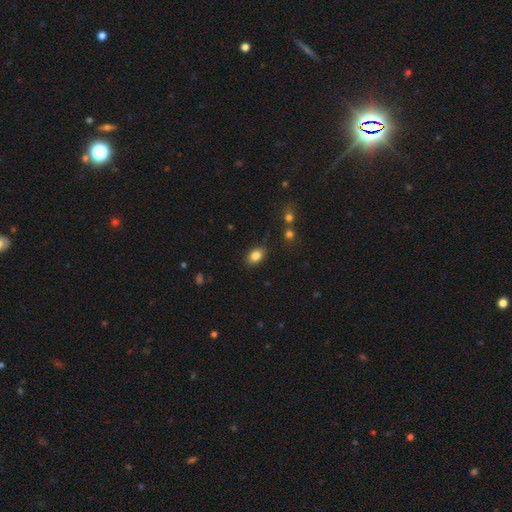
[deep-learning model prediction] Smooth or featured: smooth — 85% (star or artifact — 9%)
How rounded: in between — 79% (round — 20%)
Merging: none — 85% (minor disturbance — 10%)